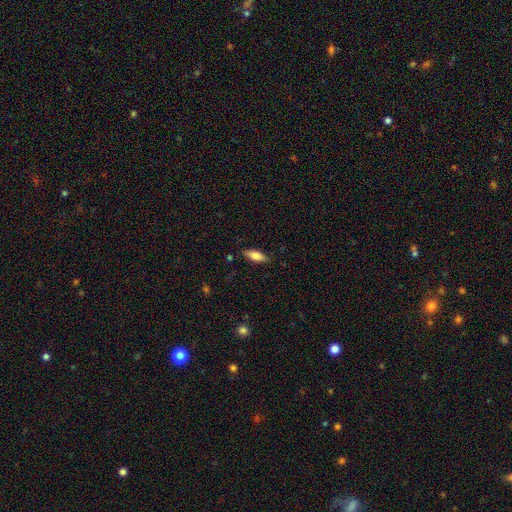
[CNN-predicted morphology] smooth 73%, featured or disk 20%, star or artifact 6%. Down the decision tree: how rounded — in between (74%); merging — none (85%).